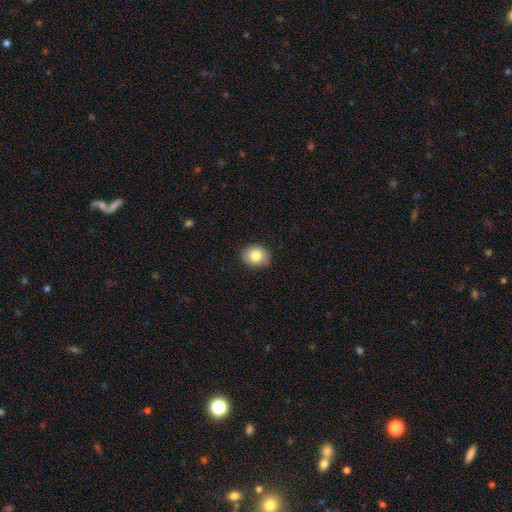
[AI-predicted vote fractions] The model was most divided on "how rounded": round: 50%, in between: 49%, cigar-shaped: 1%. More confident: merging — none (88%); smooth or featured — smooth (81%).